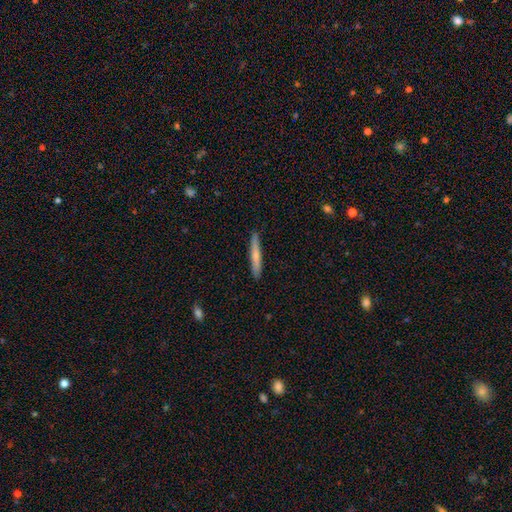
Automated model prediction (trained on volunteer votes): This is likely a smooth galaxy (64%). How rounded: clearly cigar-shaped (95%). Merging: clearly none (89%).